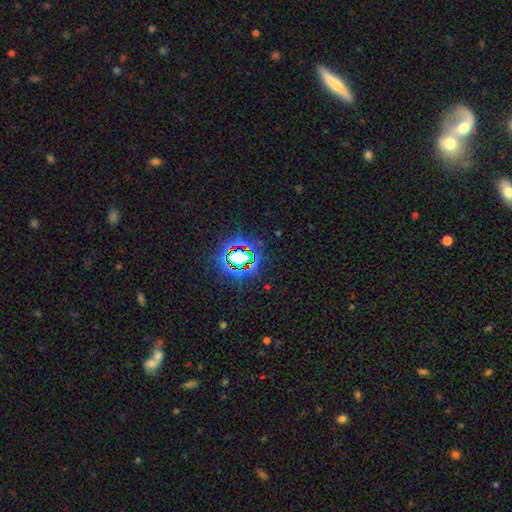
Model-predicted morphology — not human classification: star or artifact 72%, smooth 18%, featured or disk 10%.